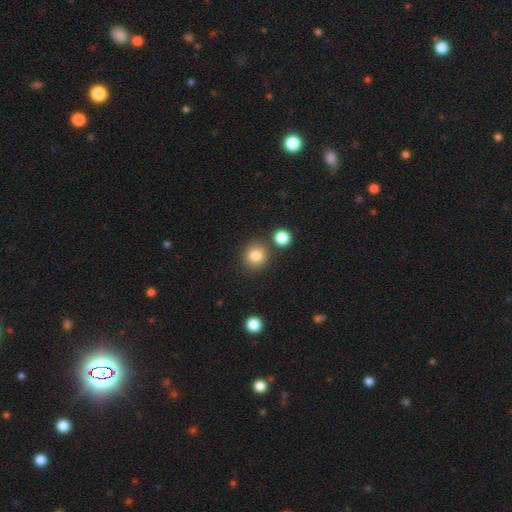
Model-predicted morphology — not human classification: Q: Smooth or featured?
A: smooth (82%); runner-up: star or artifact (11%)
Q: How rounded?
A: round (87%); runner-up: in between (12%)
Q: Merging?
A: none (78%); runner-up: merger (10%)